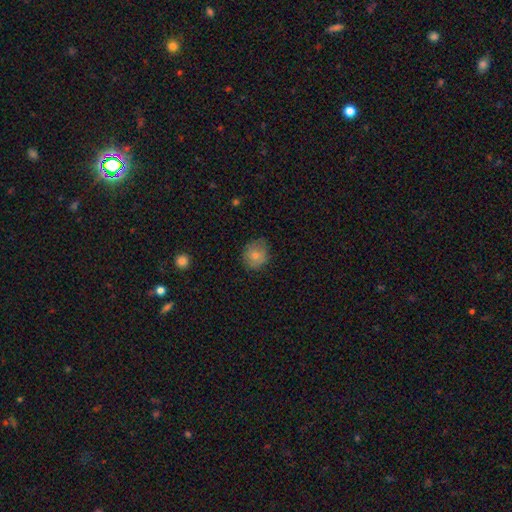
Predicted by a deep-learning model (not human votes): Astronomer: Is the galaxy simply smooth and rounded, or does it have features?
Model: smooth — 77%.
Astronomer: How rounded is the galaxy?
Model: round — 75%.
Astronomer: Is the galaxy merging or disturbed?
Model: none — 73%.